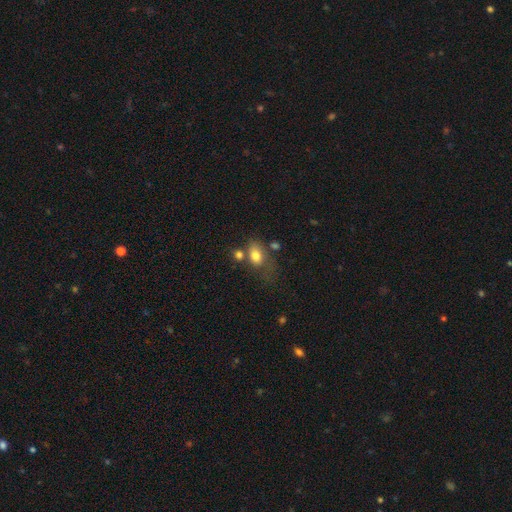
Smooth or featured? 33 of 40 (82%) said smooth. How rounded? 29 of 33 (88%) said in between. Merging? 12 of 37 (32%) said none.